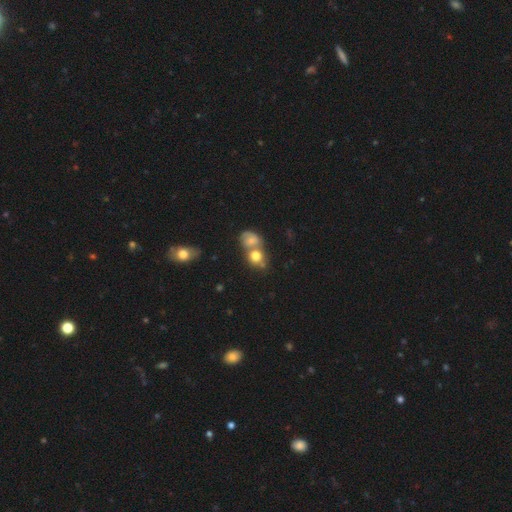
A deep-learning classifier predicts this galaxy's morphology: smooth_or_featured: smooth (p=0.72) [alt: featured or disk p=0.16]
how_rounded: round (p=0.71) [alt: in between p=0.28]
merging: merger (p=0.56) [alt: none p=0.31]